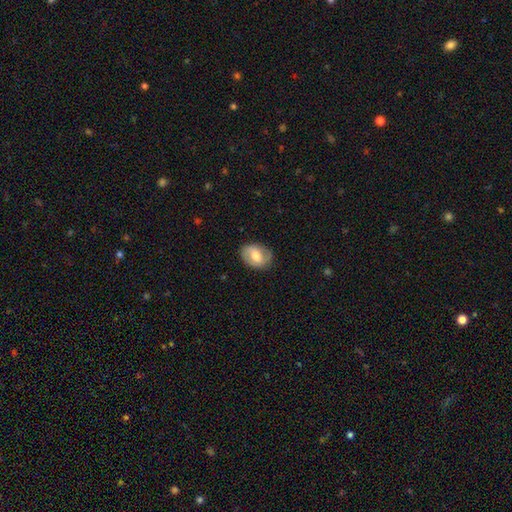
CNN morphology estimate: smooth_or_featured: smooth (p=0.51) [alt: featured or disk p=0.42]
how_rounded: in between (p=0.67) [alt: round p=0.32]
merging: none (p=0.82) [alt: minor disturbance p=0.13]